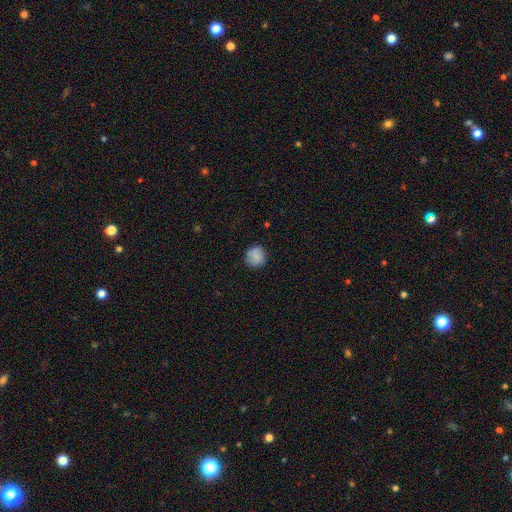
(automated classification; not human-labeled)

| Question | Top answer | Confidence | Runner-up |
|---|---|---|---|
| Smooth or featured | smooth | 84% | star or artifact (9%) |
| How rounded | round | 89% | in between (10%) |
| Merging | none | 82% | minor disturbance (14%) |